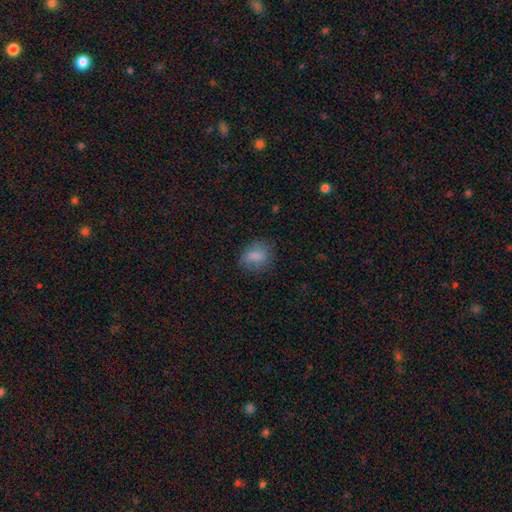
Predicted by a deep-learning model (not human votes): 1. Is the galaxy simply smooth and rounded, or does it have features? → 77% smooth, 13% featured or disk, 10% star or artifact.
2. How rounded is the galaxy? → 62% in between, 35% round, 3% cigar-shaped.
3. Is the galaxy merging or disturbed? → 69% none, 21% minor disturbance, 8% major disturbance, 1% merger.